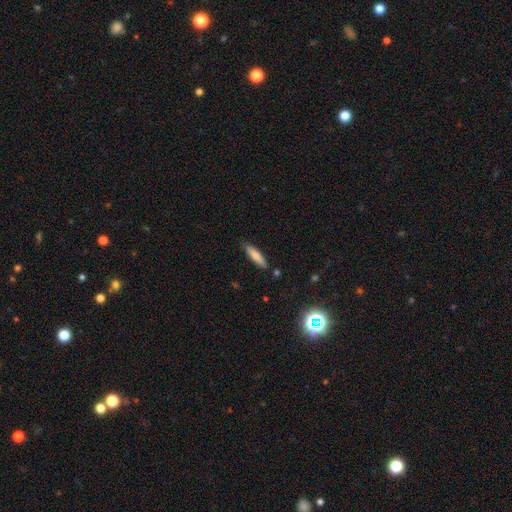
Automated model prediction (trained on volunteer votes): The model was most divided on "how rounded": cigar-shaped: 73%, in between: 25%, round: 2%. More confident: merging — none (83%); smooth or featured — smooth (72%).